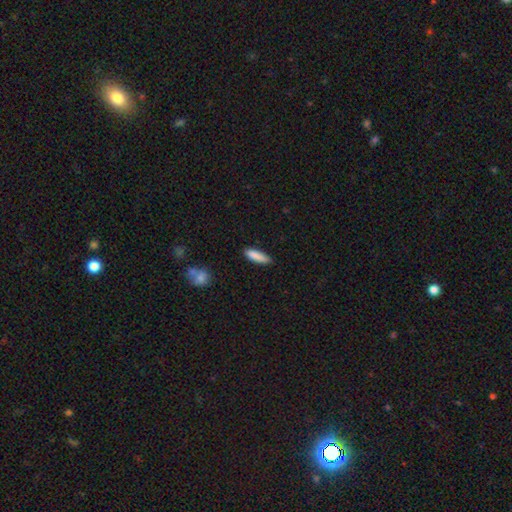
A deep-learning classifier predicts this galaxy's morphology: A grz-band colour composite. It shows a smooth galaxy with no disk features (87%) that is cigar-shaped (57%). Merging: none (78%).